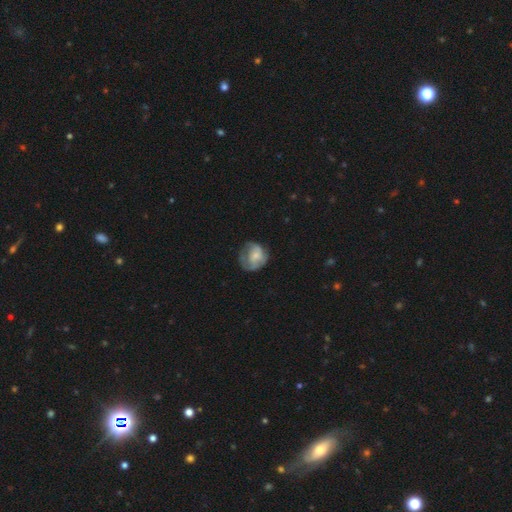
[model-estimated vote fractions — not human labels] Morphology: type=smooth (53%); roundness=round (69%); merging=none (50%).